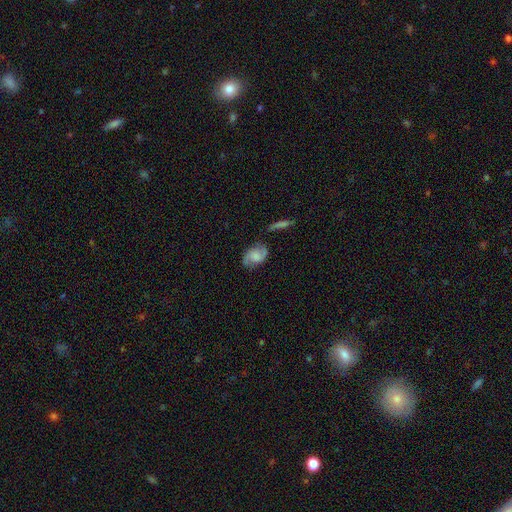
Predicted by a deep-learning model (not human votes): A featured or disk galaxy (64%) with no bar (58%), 2 (89%) medium (46%) spiral arms (92%) and no central bulge (31%).

Vote fractions:
- Smooth or featured? featured or disk: 64% / smooth: 28% / star or artifact: 8%
- Edge-on disk? no: 96% / yes: 4%
- Bar? no: 58% / weak: 35% / strong: 7%
- Spiral arms? yes: 92% / no: 8%
- Spiral winding? medium: 46% / loose: 37% / tight: 17%
- Spiral arm count? 2: 89% / can't tell: 5% / 1: 2% / 3: 1% / 4: 1% / more than 4: 1%
- Bulge size? none: 31% / moderate: 29% / small: 23% / large: 14% / dominant: 3%
- Merging? none: 71% / minor disturbance: 19% / major disturbance: 6% / merger: 4%